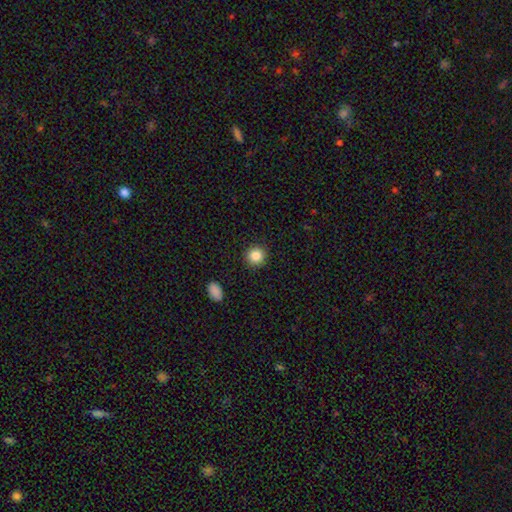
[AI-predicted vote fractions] smooth_or_featured: smooth (p=0.85) [alt: star or artifact p=0.10]
how_rounded: round (p=0.93) [alt: in between p=0.06]
merging: none (p=0.91) [alt: minor disturbance p=0.05]